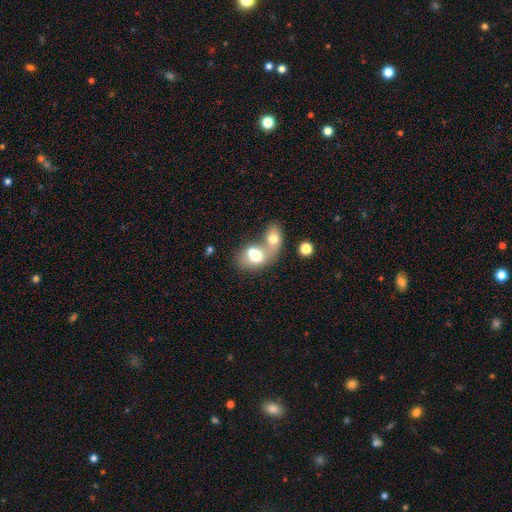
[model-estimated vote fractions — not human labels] smooth-or-featured: smooth: 69% | featured or disk: 22% | star or artifact: 9%
  how-rounded: in between: 62% | round: 36% | cigar-shaped: 1%
  merging: merger: 74% | none: 16% | minor disturbance: 6% | major disturbance: 5%